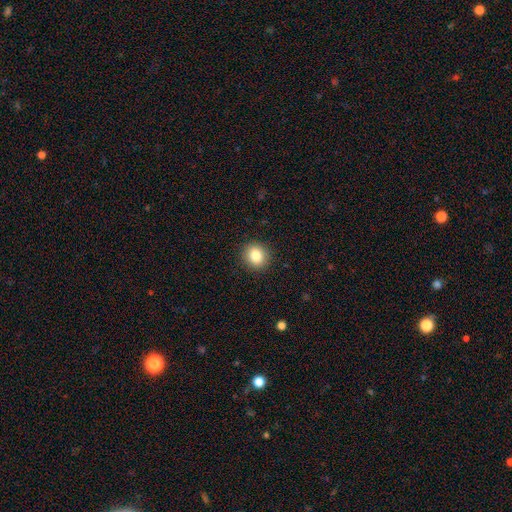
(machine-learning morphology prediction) This is clearly a smooth galaxy (84%). How rounded: clearly round (84%). Merging: clearly none (91%).